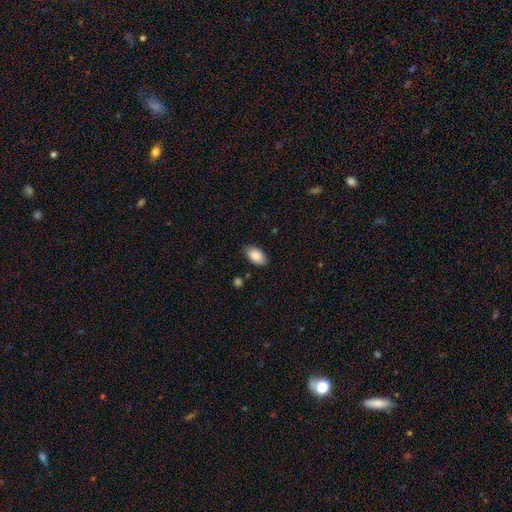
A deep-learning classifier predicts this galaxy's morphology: A smooth galaxy with no disk features (88%) that is in between round and cigar-shaped (94%). Merging: none (85%).